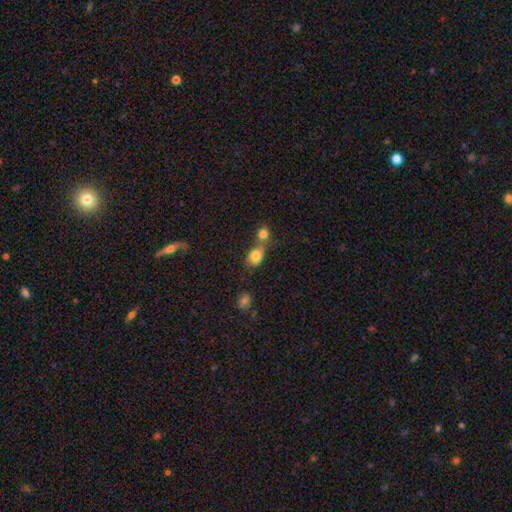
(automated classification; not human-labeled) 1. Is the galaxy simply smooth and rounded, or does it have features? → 79% smooth, 11% featured or disk, 10% star or artifact.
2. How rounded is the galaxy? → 65% in between, 33% round, 2% cigar-shaped.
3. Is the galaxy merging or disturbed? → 51% merger, 33% none, 11% minor disturbance, 5% major disturbance.